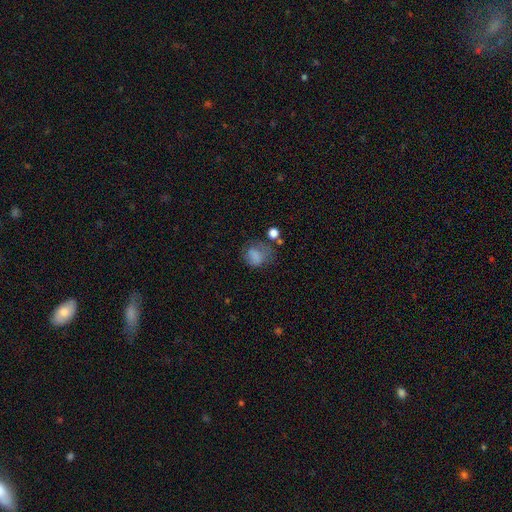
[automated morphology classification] Overall: smooth (74%). How rounded: round (56%; in between 43%). Merging: none (41%; minor disturbance 28%).